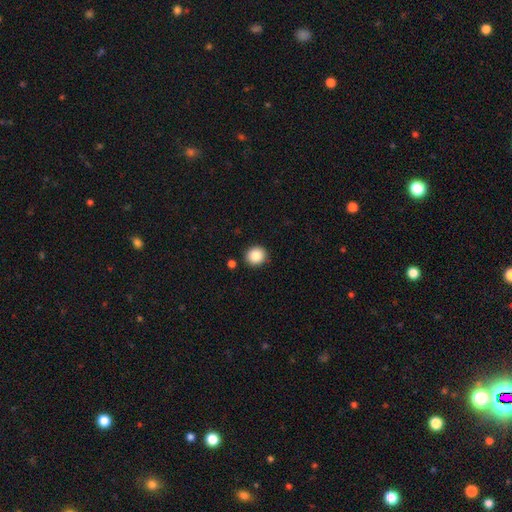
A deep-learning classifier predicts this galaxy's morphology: Q: Smooth or featured?
A: smooth (87%); runner-up: star or artifact (9%)
Q: How rounded?
A: round (88%); runner-up: in between (11%)
Q: Merging?
A: none (89%); runner-up: minor disturbance (7%)